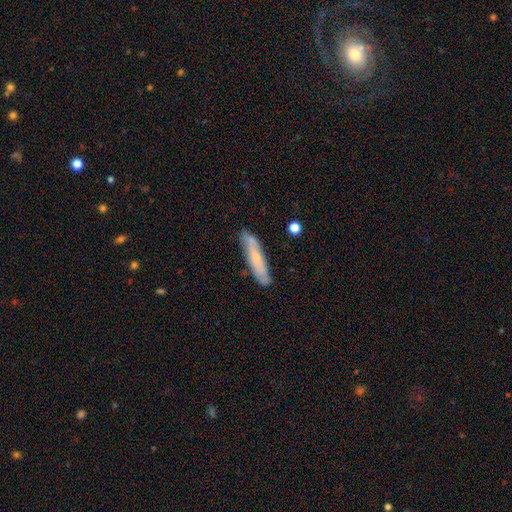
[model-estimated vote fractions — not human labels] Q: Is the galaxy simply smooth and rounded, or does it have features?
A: smooth — 56%.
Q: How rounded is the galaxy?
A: cigar-shaped — 87%.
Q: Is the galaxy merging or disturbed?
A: none — 82%.